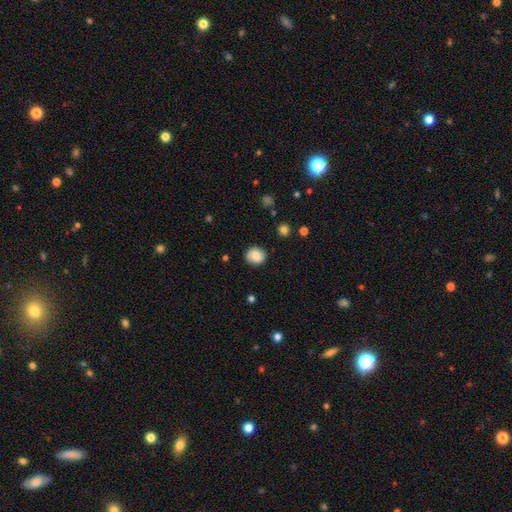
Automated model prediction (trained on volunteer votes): A smooth galaxy with no disk features (74%) that is round (77%).

Vote fractions:
- Smooth or featured? smooth: 74% / featured or disk: 17% / star or artifact: 9%
- How rounded? round: 77% / in between: 22% / cigar-shaped: 1%
- Merging? none: 84% / minor disturbance: 11% / major disturbance: 3% / merger: 1%